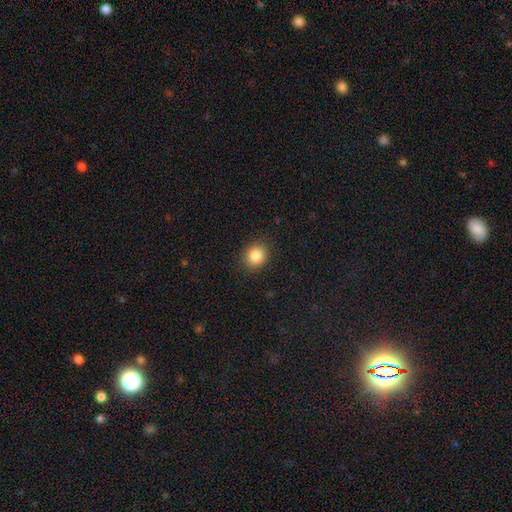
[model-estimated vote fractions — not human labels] This appears to be a smooth galaxy with no disk features (85%) that is round (72%). Merging: none (88%).